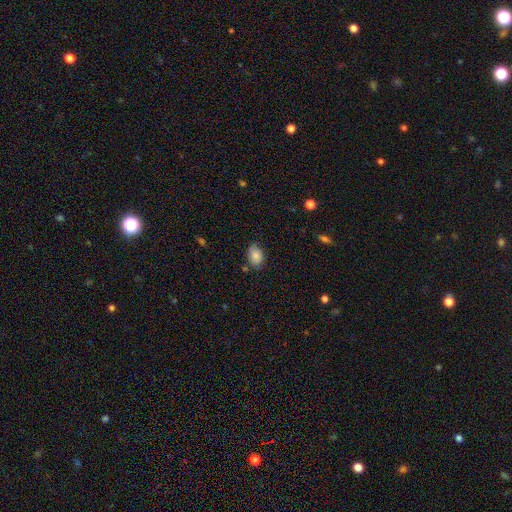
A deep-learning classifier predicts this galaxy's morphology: type=smooth (78%); roundness=in between (83%); merging=none (69%).